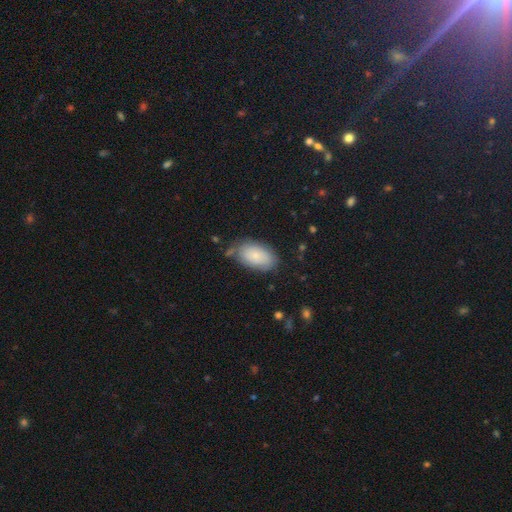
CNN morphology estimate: smooth 79%, featured or disk 14%, star or artifact 7%. Down the decision tree: how rounded — in between (94%); merging — none (70%).